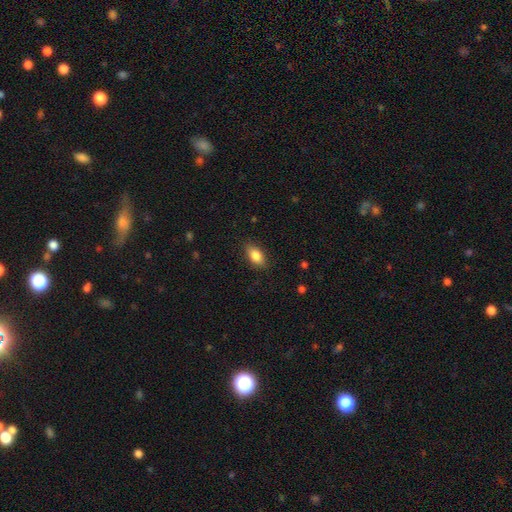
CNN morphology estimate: This is clearly a smooth galaxy (85%). How rounded: clearly in between (89%). Merging: clearly none (85%).